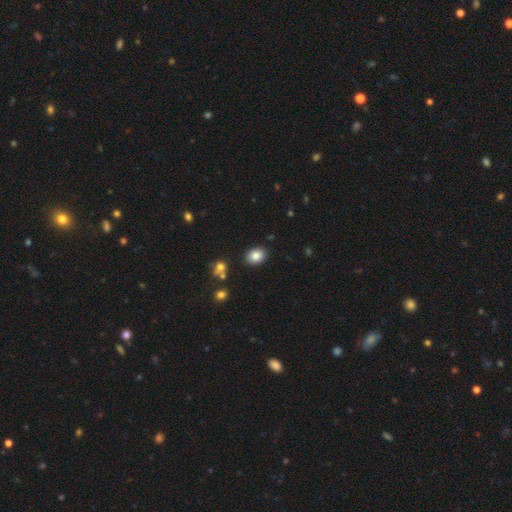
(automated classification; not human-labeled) A smooth galaxy with no disk features (84%) that is in between round and cigar-shaped (65%).

Vote fractions:
- Smooth or featured? smooth: 84% / star or artifact: 9% / featured or disk: 6%
- How rounded? in between: 65% / round: 34% / cigar-shaped: 1%
- Merging? none: 87% / minor disturbance: 9% / merger: 2% / major disturbance: 2%